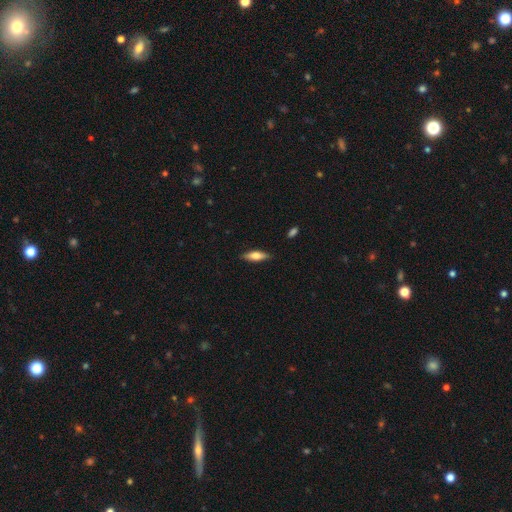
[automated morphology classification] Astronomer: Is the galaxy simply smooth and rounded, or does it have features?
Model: smooth — 65%.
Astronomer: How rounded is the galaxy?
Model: in between — 51% (runner-up: cigar-shaped, 47%).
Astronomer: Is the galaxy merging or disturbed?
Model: none — 85%.